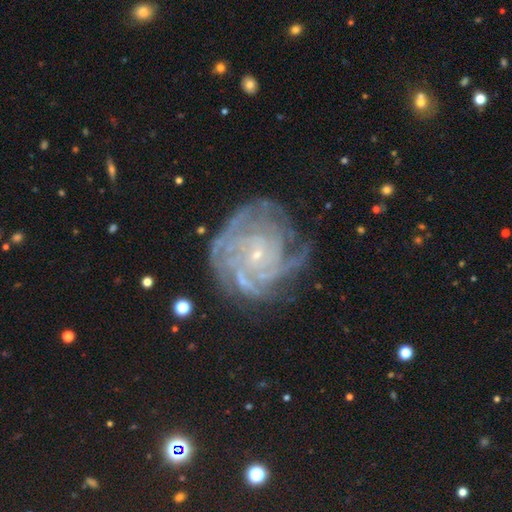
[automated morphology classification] Smooth or featured? Predicted: featured or disk (p=0.84). Edge-on disk? Predicted: no (p=0.97). Bar? Predicted: no (p=0.72). Spiral arms? Predicted: yes (p=0.95). Spiral winding? Predicted: tight (p=0.71). Spiral arm count? Predicted: can't tell (p=0.29). Bulge size? Predicted: small (p=0.88). Merging? Predicted: none (p=0.62).